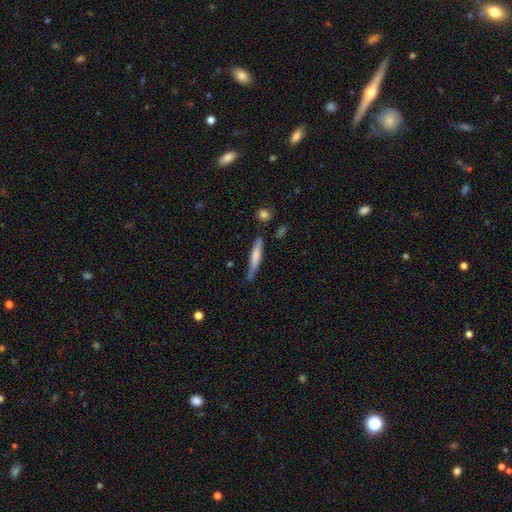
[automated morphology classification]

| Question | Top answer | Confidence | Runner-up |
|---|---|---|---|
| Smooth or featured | smooth | 64% | featured or disk (30%) |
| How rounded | cigar-shaped | 89% | in between (9%) |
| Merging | none | 64% | minor disturbance (25%) |